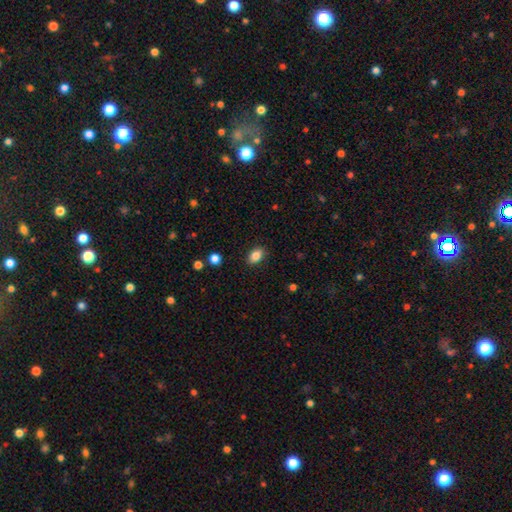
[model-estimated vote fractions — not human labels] Smooth or featured? Predicted: smooth (p=0.84). How rounded? Predicted: in between (p=0.84). Merging? Predicted: none (p=0.87).